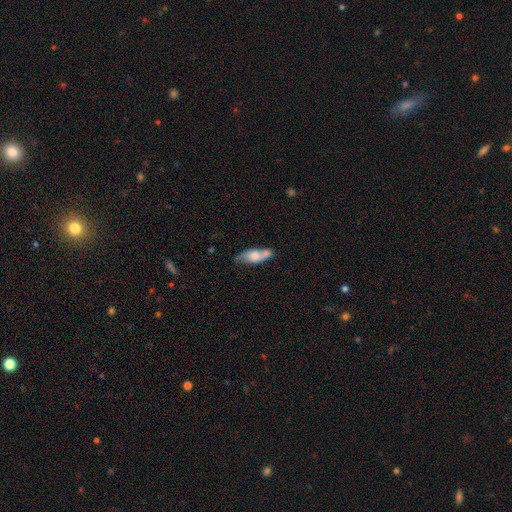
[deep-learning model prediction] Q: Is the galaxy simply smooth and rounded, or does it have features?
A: smooth — 57%.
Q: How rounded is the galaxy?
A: in between — 62%.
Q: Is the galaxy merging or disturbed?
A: none — 50%.